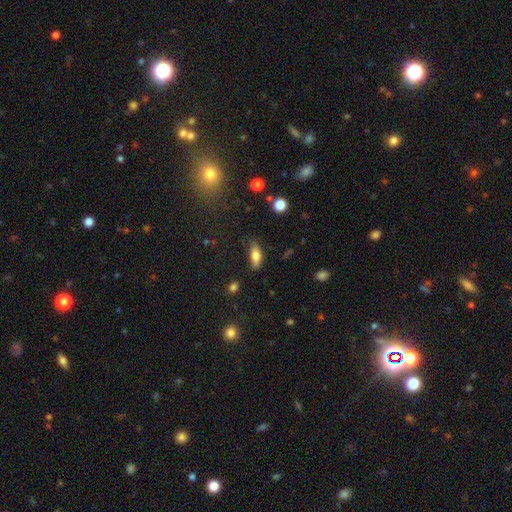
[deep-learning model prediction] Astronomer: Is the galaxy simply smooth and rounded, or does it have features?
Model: smooth — 70%.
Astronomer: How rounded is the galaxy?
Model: in between — 69%.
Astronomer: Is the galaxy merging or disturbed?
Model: none — 76%.